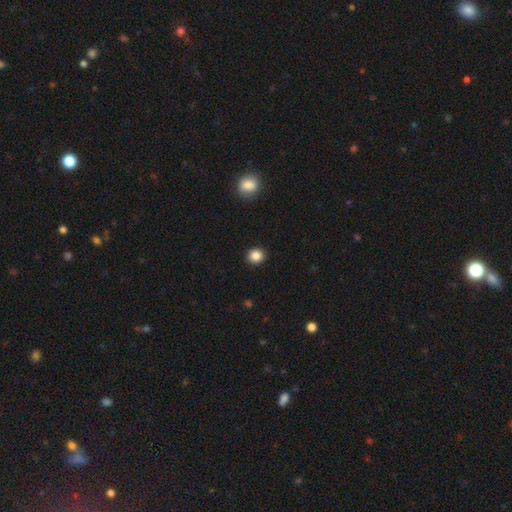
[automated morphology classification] smooth_or_featured: smooth (p=0.86) [alt: star or artifact p=0.10]
how_rounded: round (p=0.86) [alt: in between p=0.14]
merging: none (p=0.92) [alt: minor disturbance p=0.05]